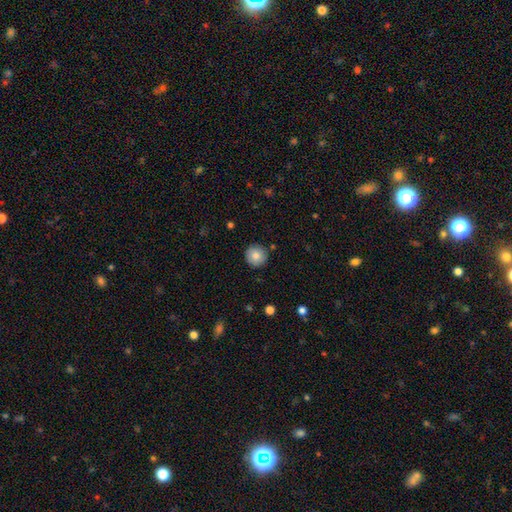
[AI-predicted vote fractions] A smooth galaxy with no disk features (83%) that is round (95%). Merging: none (89%).